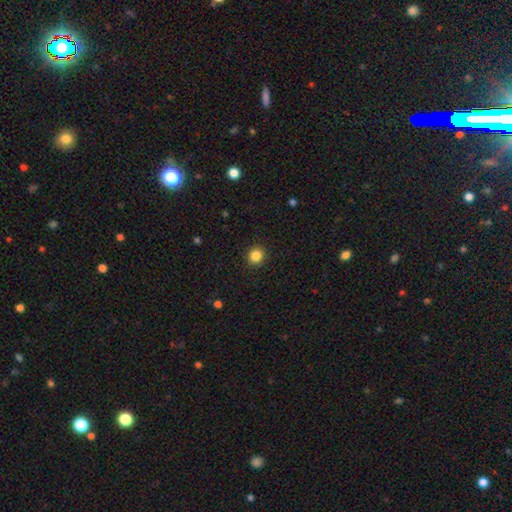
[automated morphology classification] A smooth galaxy with no disk features (85%) that is round (90%). Merging: none (92%).